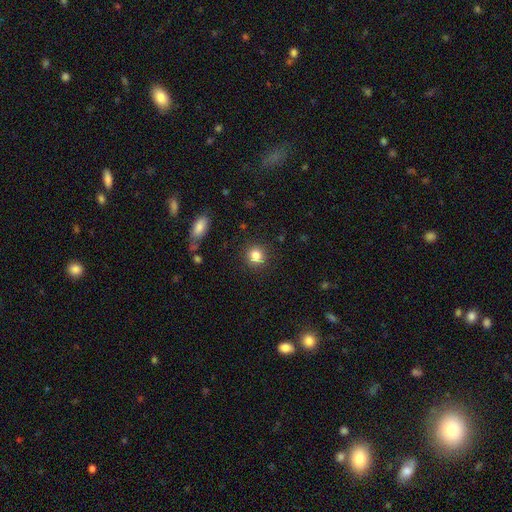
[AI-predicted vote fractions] Smooth or featured? Predicted: smooth (p=0.83). How rounded? Predicted: round (p=0.88). Merging? Predicted: none (p=0.88).